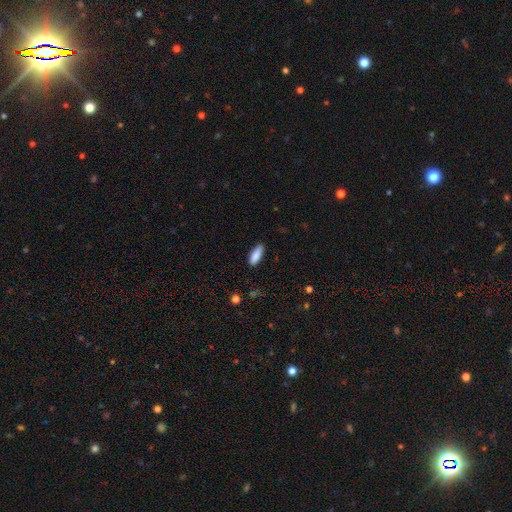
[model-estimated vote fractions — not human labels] Smooth or featured? Predicted: smooth (p=0.88). How rounded? Predicted: in between (p=0.65). Merging? Predicted: none (p=0.82).